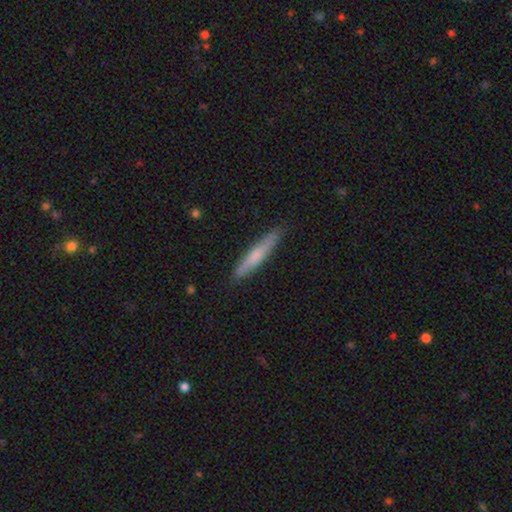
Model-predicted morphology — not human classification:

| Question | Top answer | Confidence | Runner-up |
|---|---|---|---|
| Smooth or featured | smooth | 63% | featured or disk (32%) |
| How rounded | cigar-shaped | 93% | in between (5%) |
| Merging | none | 89% | minor disturbance (8%) |